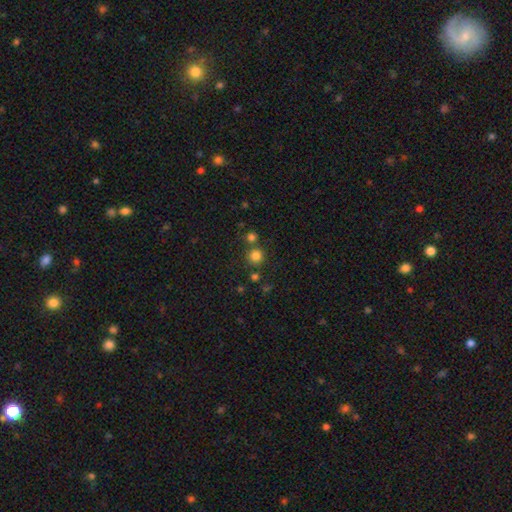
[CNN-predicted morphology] Smooth or featured: smooth — 80% (star or artifact — 15%)
How rounded: round — 94% (in between — 5%)
Merging: none — 76% (merger — 14%)